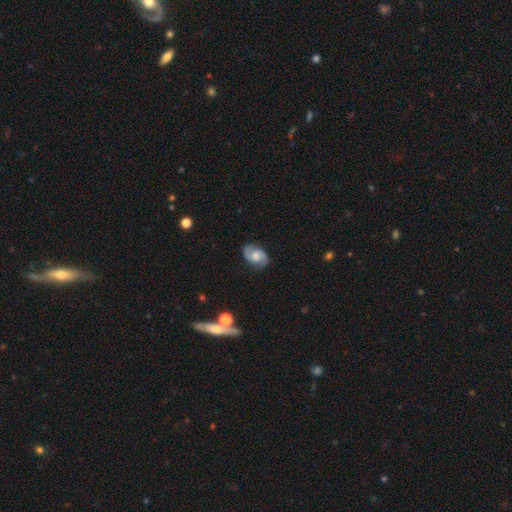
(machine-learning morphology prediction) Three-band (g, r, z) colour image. It shows a featured or disk galaxy (75%) with no bar (58%), 2 (91%) medium (51%) spiral arms (95%) and a moderate central bulge (50%). Merging: none (82%).